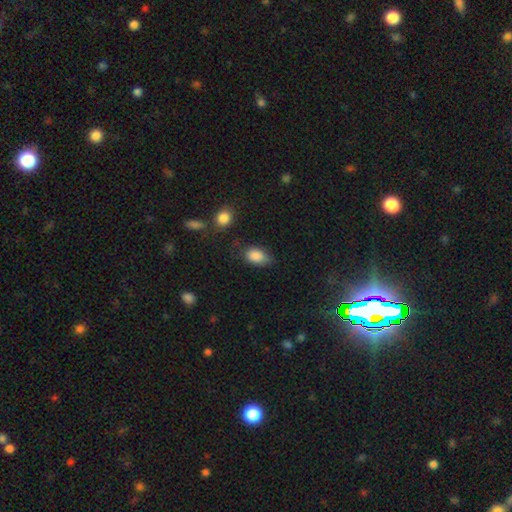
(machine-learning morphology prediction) This appears to be a smooth galaxy with no disk features (86%) that is in between round and cigar-shaped (85%). Merging: none (55%).